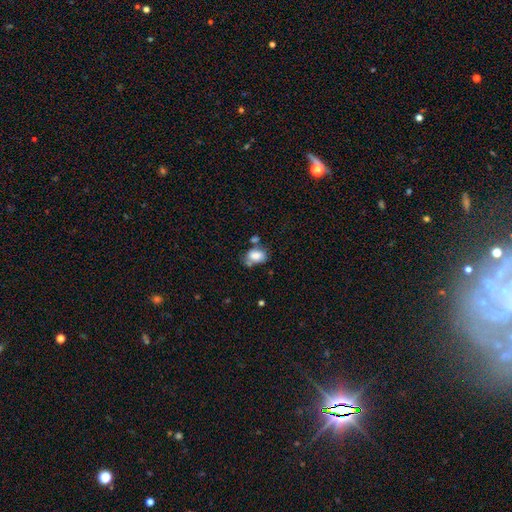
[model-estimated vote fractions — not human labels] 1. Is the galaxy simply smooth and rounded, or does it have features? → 78% smooth, 13% featured or disk, 9% star or artifact.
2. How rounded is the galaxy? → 78% in between, 20% round, 1% cigar-shaped.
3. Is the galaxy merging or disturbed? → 41% none, 25% merger, 24% minor disturbance, 10% major disturbance.